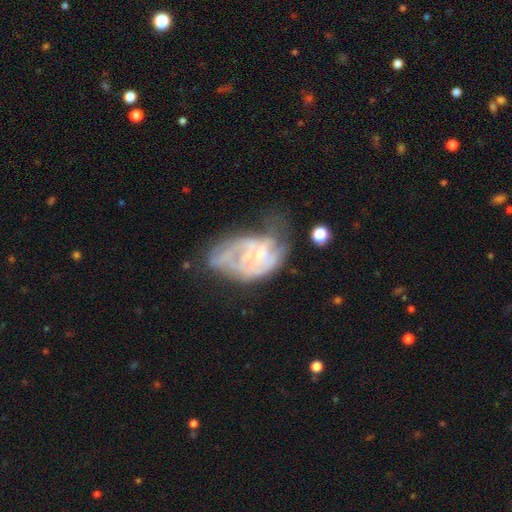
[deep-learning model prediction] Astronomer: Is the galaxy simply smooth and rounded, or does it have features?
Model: featured or disk — 75%.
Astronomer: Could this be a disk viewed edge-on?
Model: no — 97%.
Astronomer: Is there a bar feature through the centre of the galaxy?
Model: no — 69%.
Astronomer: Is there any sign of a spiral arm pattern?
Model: yes — 72%.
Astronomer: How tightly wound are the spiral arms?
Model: tight — 50% (runner-up: medium, 36%).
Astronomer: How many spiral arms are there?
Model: can't tell — 48%.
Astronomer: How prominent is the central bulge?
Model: small — 59%.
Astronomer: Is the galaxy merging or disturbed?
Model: major disturbance — 37% (runner-up: none, 28%).